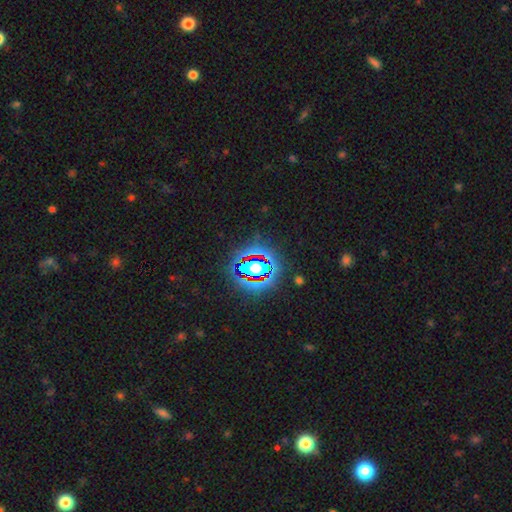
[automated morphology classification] Smooth or featured?
  - star or artifact: 80% *
  - smooth: 12%
  - featured or disk: 8%